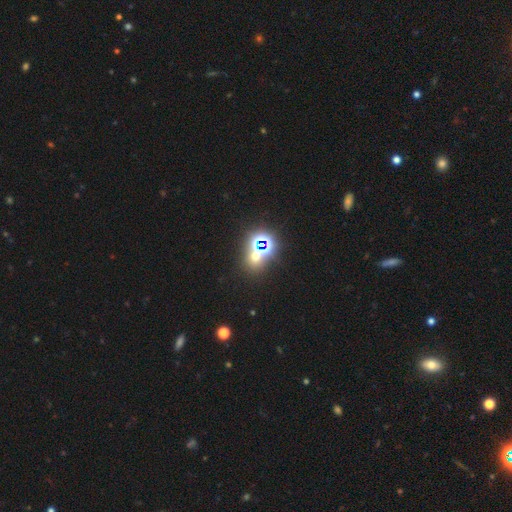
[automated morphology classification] star or artifact 55%, smooth 36%, featured or disk 10%.